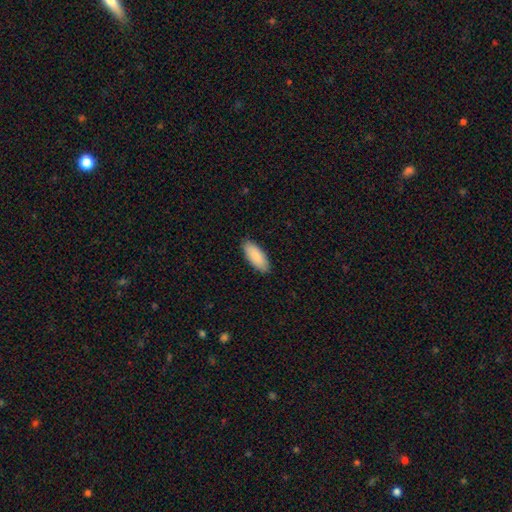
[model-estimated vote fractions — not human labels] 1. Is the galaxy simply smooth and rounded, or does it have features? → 90% smooth, 5% star or artifact, 5% featured or disk.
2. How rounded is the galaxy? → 83% in between, 15% cigar-shaped, 1% round.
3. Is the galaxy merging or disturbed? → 90% none, 8% minor disturbance, 2% major disturbance, 1% merger.